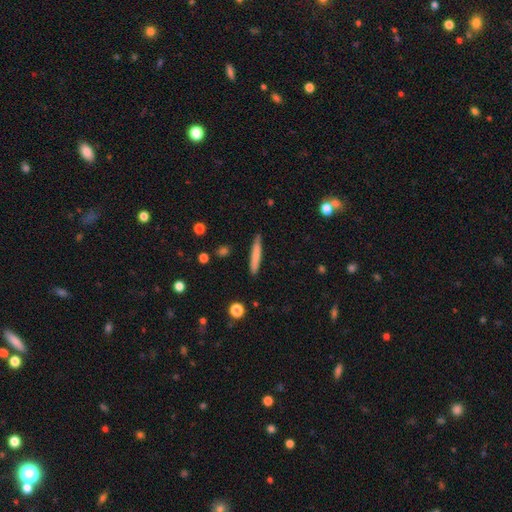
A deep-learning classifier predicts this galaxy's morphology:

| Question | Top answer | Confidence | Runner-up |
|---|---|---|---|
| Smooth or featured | smooth | 75% | featured or disk (19%) |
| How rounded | cigar-shaped | 95% | in between (4%) |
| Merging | none | 86% | minor disturbance (10%) |